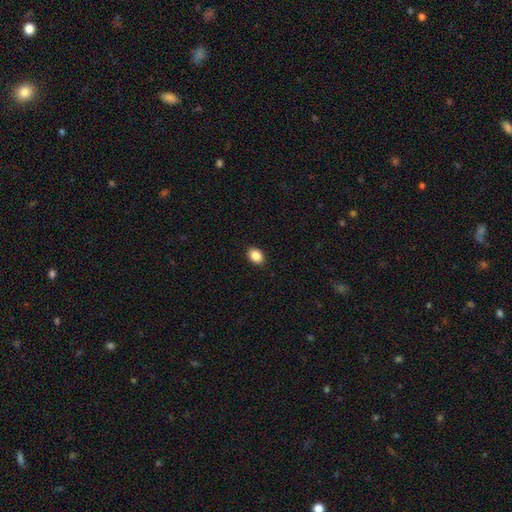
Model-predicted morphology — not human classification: A smooth galaxy with no disk features (87%) that is in between round and cigar-shaped (71%).

Vote fractions:
- Smooth or featured? smooth: 87% / star or artifact: 9% / featured or disk: 4%
- How rounded? in between: 71% / round: 28% / cigar-shaped: 1%
- Merging? none: 91% / minor disturbance: 7% / major disturbance: 2% / merger: 1%